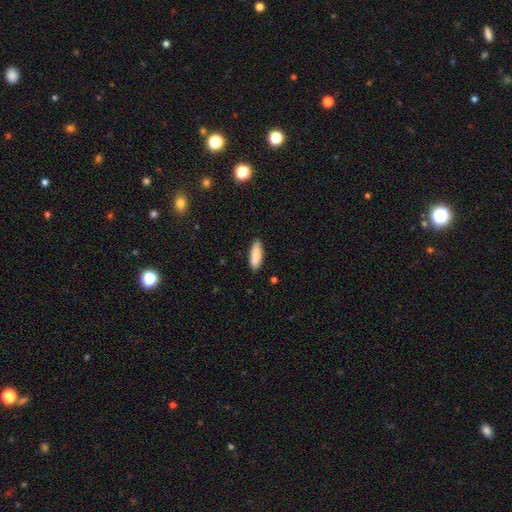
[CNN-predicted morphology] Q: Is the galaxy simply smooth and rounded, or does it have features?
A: smooth — 86%.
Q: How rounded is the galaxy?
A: in between — 62%.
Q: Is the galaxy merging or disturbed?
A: none — 88%.